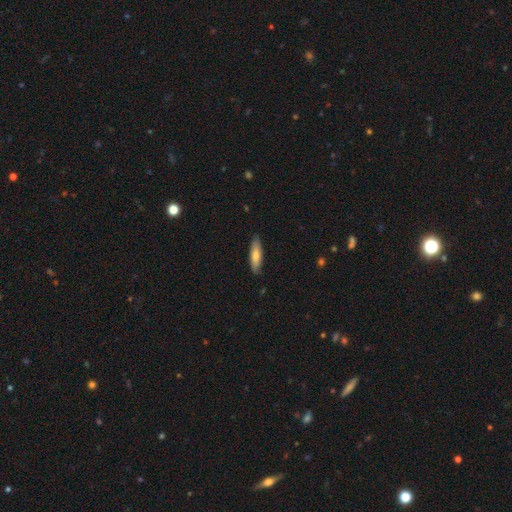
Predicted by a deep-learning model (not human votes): Smooth or featured? smooth (69%)
How rounded? cigar-shaped (64%)
Merging? none (84%)